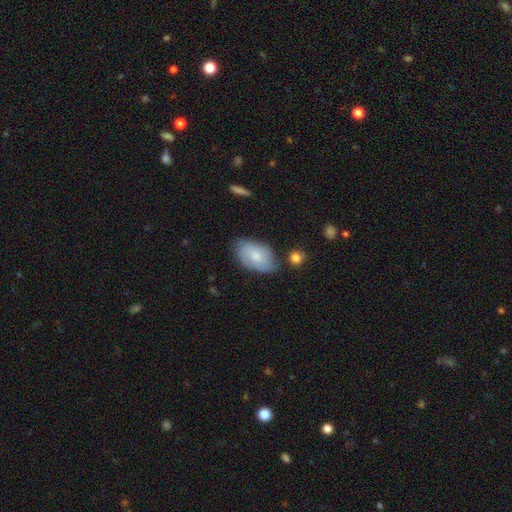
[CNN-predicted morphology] Overall: smooth (54%; featured or disk 39%). How rounded: in between (90%). Merging: none (62%; minor disturbance 27%).